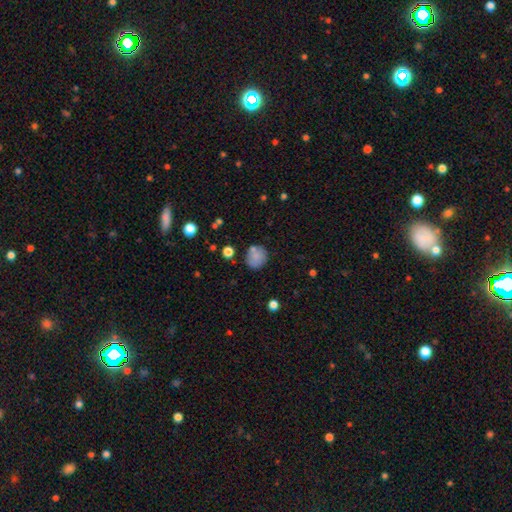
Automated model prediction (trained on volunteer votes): smooth 82%, star or artifact 11%, featured or disk 8%. Down the decision tree: how rounded — round (82%); merging — none (73%).